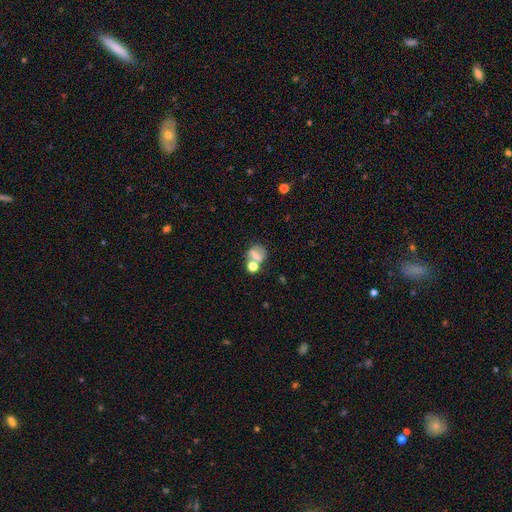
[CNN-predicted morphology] smooth 56%, featured or disk 26%, star or artifact 18%. Down the decision tree: how rounded — round (60%); merging — none (42%).